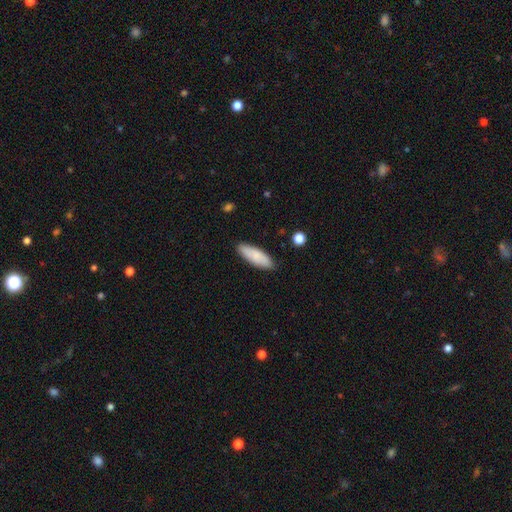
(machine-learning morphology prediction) Smooth or featured: smooth — 83% (featured or disk — 11%)
How rounded: in between — 58% (cigar-shaped — 41%)
Merging: none — 86% (minor disturbance — 11%)